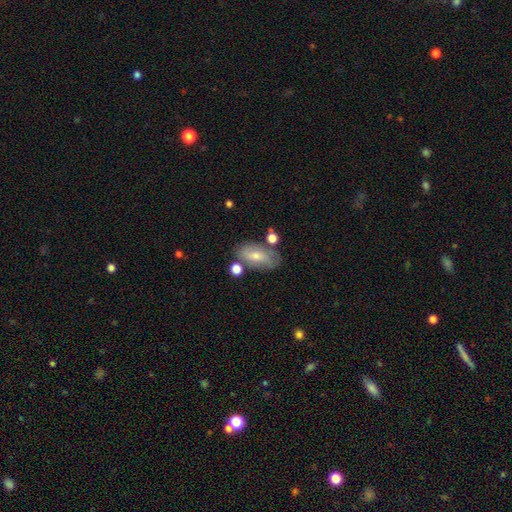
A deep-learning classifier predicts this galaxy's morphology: smooth-or-featured: smooth: 52% | featured or disk: 39% | star or artifact: 9%
  how-rounded: in between: 84% | cigar-shaped: 11% | round: 5%
  merging: none: 69% | minor disturbance: 17% | merger: 8% | major disturbance: 5%